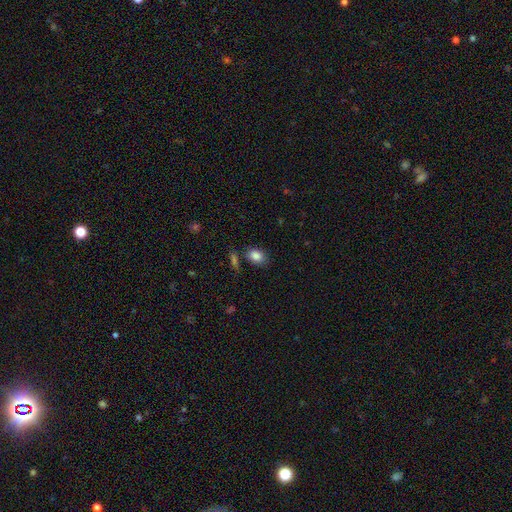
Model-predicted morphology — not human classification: Smooth or featured? Predicted: smooth (p=0.86). How rounded? Predicted: in between (p=0.79). Merging? Predicted: none (p=0.75).